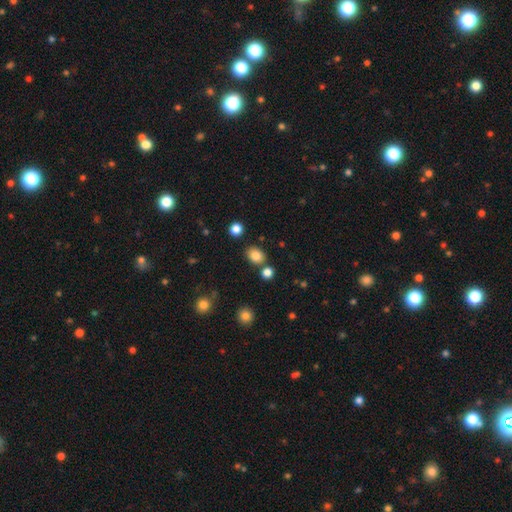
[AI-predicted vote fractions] Smooth or featured? smooth (84%)
How rounded? in between (52%)
Merging? none (77%)